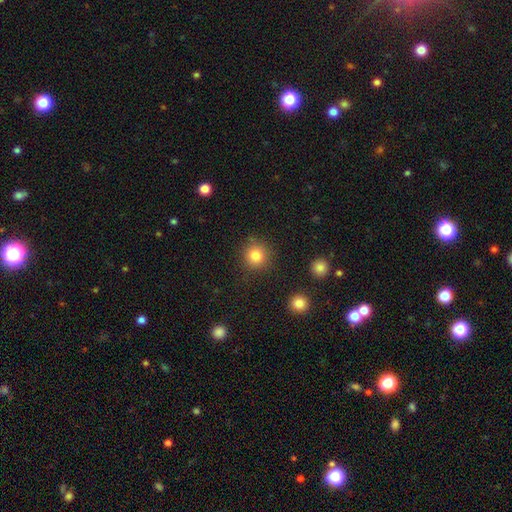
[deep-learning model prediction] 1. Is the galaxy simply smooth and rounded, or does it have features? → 83% smooth, 11% star or artifact, 6% featured or disk.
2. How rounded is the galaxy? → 93% round, 6% in between, 1% cigar-shaped.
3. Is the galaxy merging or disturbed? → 86% none, 8% minor disturbance, 3% major disturbance, 2% merger.